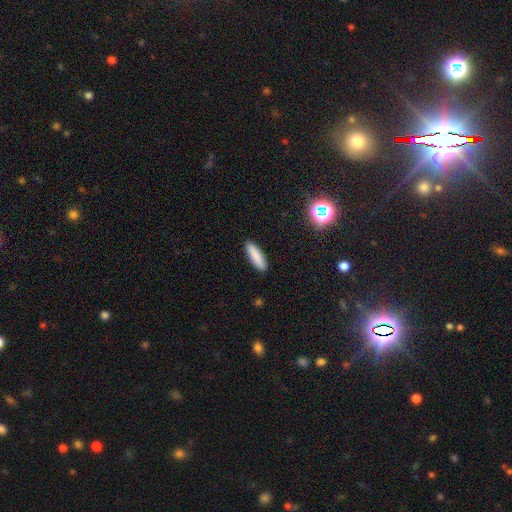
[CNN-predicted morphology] Smooth or featured: smooth — 87% (star or artifact — 7%)
How rounded: cigar-shaped — 59% (in between — 40%)
Merging: none — 91% (minor disturbance — 7%)